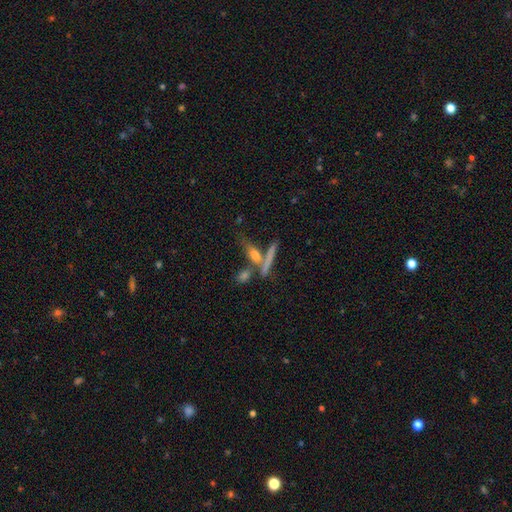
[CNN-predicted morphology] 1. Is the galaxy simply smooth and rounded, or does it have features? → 45% smooth, 44% featured or disk, 12% star or artifact.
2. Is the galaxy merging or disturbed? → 55% none, 29% merger, 10% minor disturbance, 5% major disturbance.